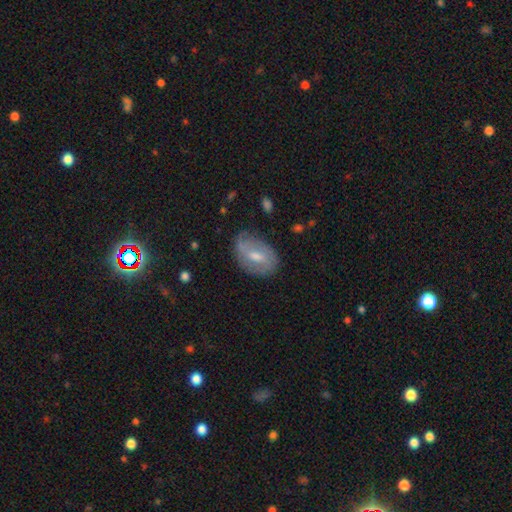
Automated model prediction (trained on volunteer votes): This appears to be a featured or disk galaxy (49%). Merging: none (72%).